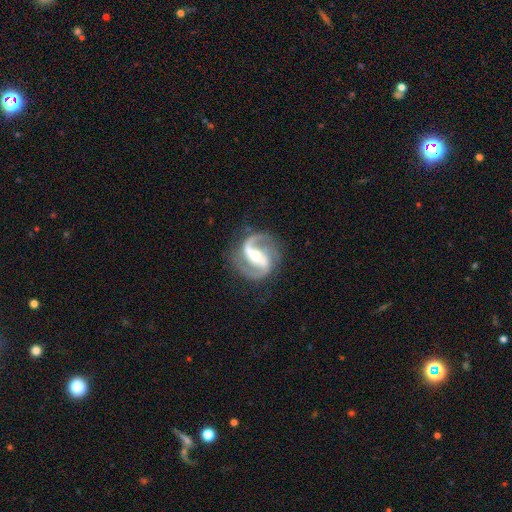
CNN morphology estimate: This is clearly a featured or disk galaxy (92%). It is clearly not viewed edge-on (98%). Bar: possibly strong (52%). Spiral arm pattern: clearly yes (98%). Spiral arm count: clearly 2 (93%). Spiral winding: possibly medium (60%). Central bulge: possibly moderate (59%). Merging: clearly none (82%).